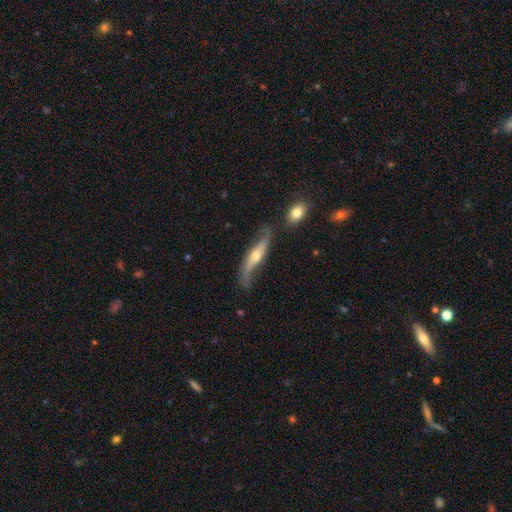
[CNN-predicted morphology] This appears to be a featured or disk galaxy (82%). Merging: none (64%).